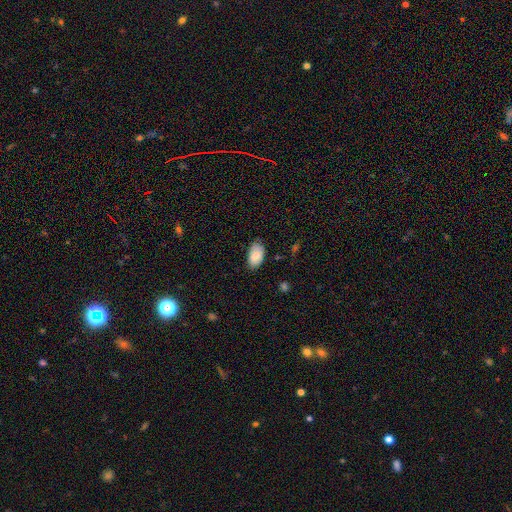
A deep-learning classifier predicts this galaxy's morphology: Overall: smooth (86%). How rounded: in between (95%). Merging: none (70%).